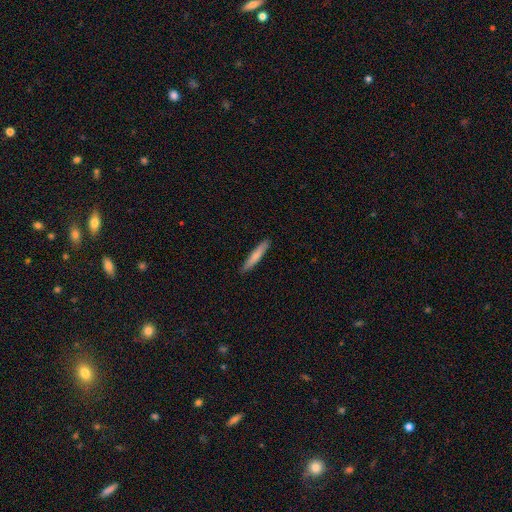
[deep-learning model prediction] Q: Smooth or featured?
A: smooth (74%); runner-up: featured or disk (21%)
Q: How rounded?
A: cigar-shaped (93%); runner-up: in between (6%)
Q: Merging?
A: none (90%); runner-up: minor disturbance (7%)